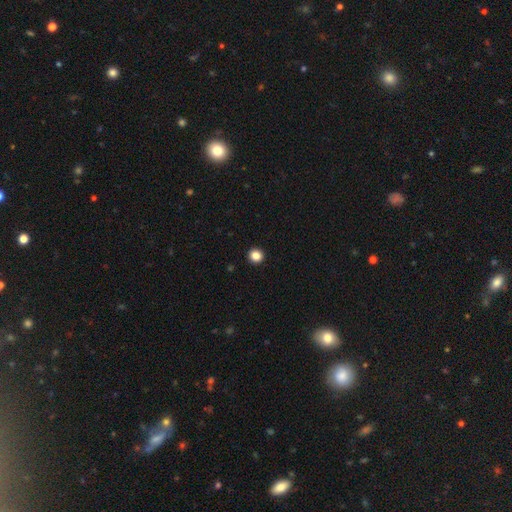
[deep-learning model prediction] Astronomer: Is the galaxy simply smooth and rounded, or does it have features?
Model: smooth — 85%.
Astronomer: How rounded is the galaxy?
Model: round — 94%.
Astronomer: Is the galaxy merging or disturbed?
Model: none — 94%.